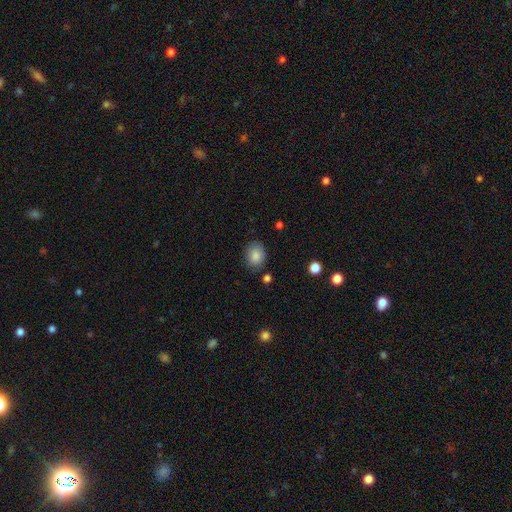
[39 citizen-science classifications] Q: Smooth or featured?
A: smooth (95%); runner-up: star or artifact (5%)
Q: How rounded?
A: in between (59%); runner-up: round (41%)
Q: Merging?
A: none (84%); runner-up: minor disturbance (14%)